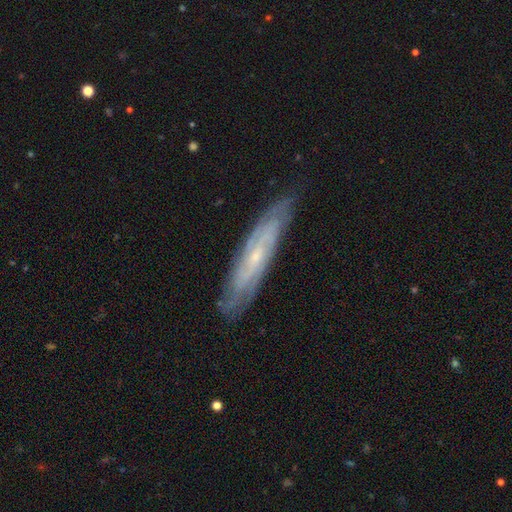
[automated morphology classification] Overall: featured or disk (72%). Edge-on disk: no (56%; yes 44%). Merging: none (81%).